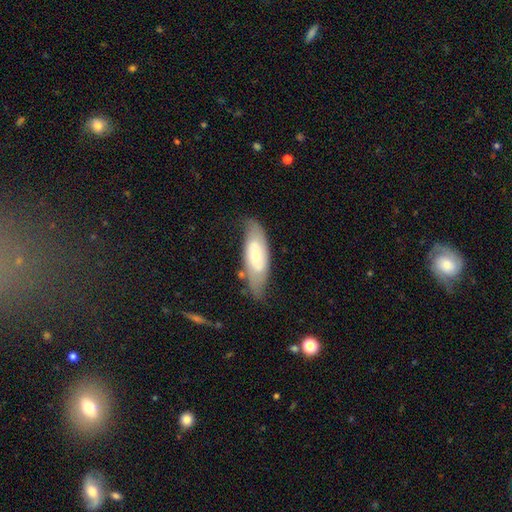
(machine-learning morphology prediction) This is possibly a featured or disk galaxy (55%). It is clearly not viewed edge-on (81%). Merging: likely none (64%).